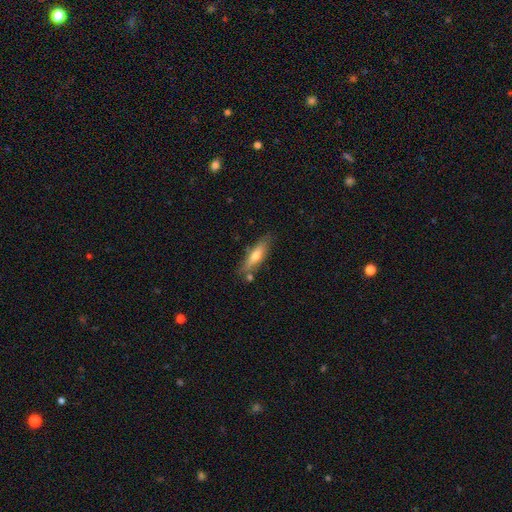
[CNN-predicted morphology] smooth_or_featured: smooth (p=0.58) [alt: featured or disk p=0.36]
how_rounded: cigar-shaped (p=0.64) [alt: in between p=0.34]
merging: none (p=0.73) [alt: minor disturbance p=0.16]